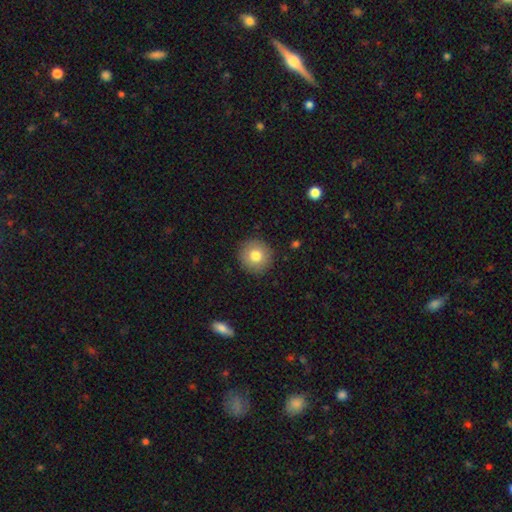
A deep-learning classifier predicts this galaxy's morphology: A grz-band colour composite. It shows a smooth galaxy with no disk features (78%) that is round (94%). Merging: none (90%).